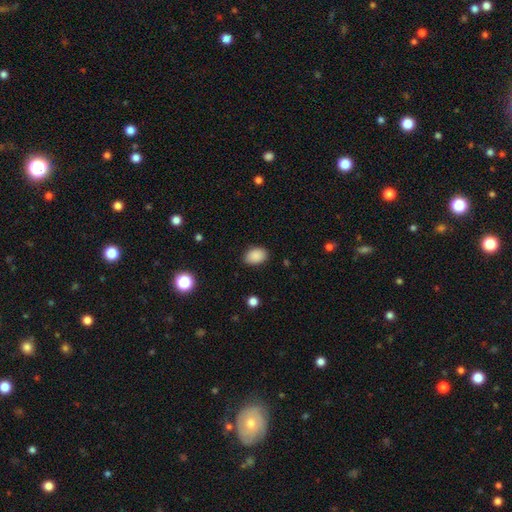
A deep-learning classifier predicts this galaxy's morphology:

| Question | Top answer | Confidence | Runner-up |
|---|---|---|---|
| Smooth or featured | smooth | 89% | star or artifact (8%) |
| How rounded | in between | 81% | round (18%) |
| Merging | none | 84% | minor disturbance (12%) |